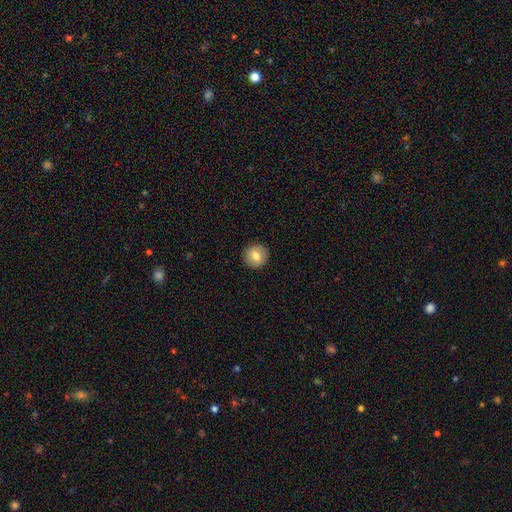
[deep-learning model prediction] Smooth or featured? Predicted: smooth (p=0.78). How rounded? Predicted: round (p=0.94). Merging? Predicted: none (p=0.92).